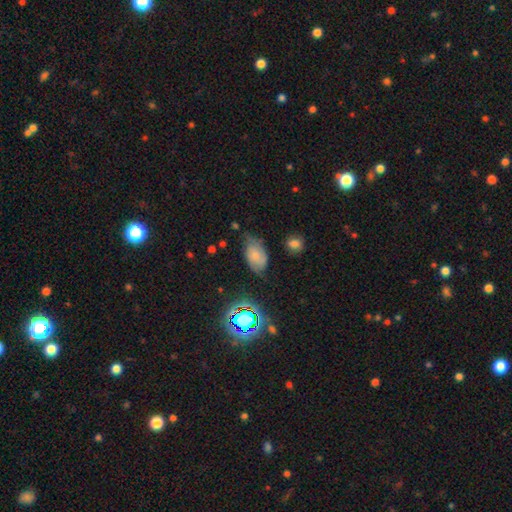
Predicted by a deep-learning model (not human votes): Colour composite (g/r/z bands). It shows a smooth galaxy with no disk features (58%) that is in between round and cigar-shaped (89%). Merging: none (54%).